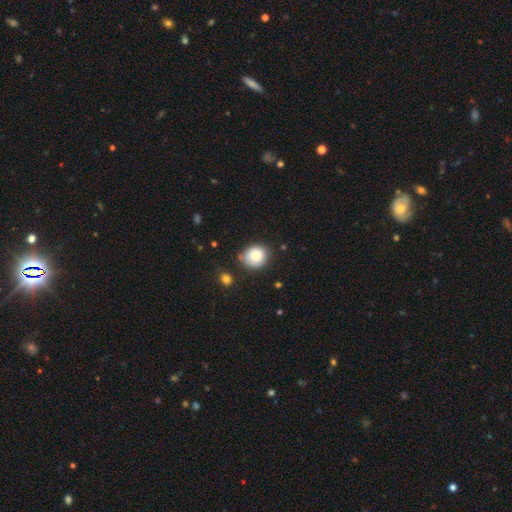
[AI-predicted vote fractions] Overall: smooth (79%). How rounded: round (84%). Merging: none (75%).